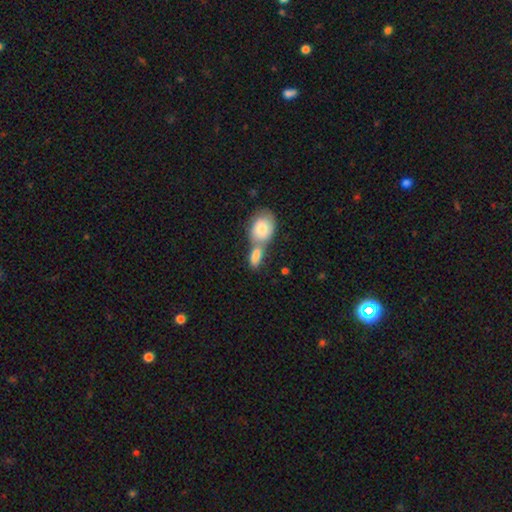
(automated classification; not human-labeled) Morphology: type=smooth (79%); roundness=in between (84%); merging=merger (65%).